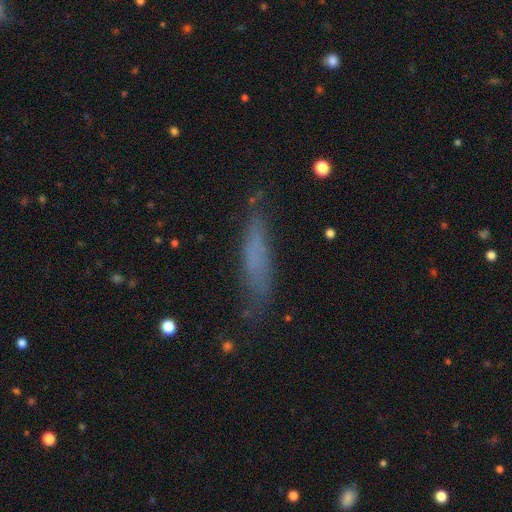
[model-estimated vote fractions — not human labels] Smooth or featured? Predicted: smooth (p=0.59). How rounded? Predicted: cigar-shaped (p=0.80). Merging? Predicted: none (p=0.67).